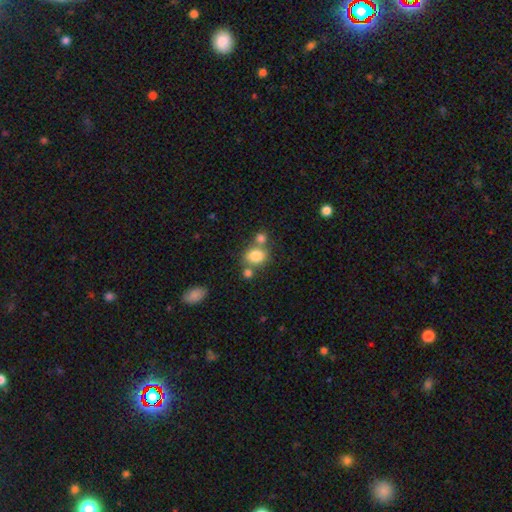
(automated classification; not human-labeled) Overall: smooth (82%). How rounded: round (51%; in between 48%). Merging: none (52%; merger 31%).